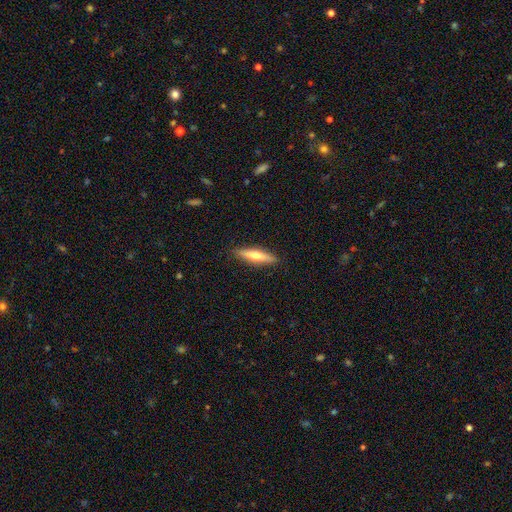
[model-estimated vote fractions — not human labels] A smooth galaxy with no disk features (49%). Merging: none (90%).